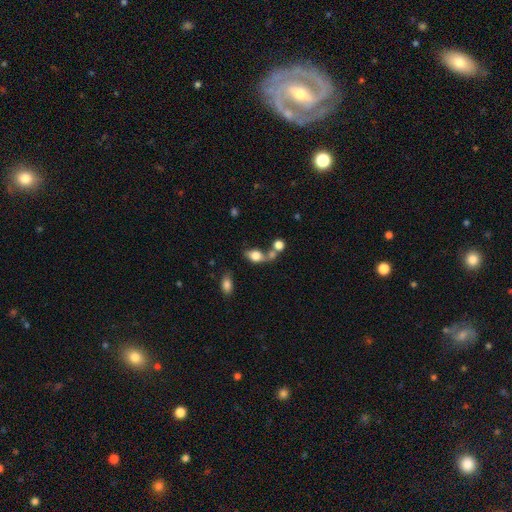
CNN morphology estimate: Smooth or featured? smooth (73%)
How rounded? in between (74%)
Merging? merger (43%)